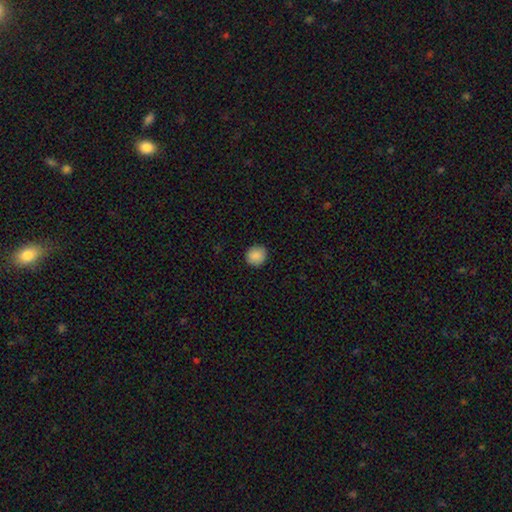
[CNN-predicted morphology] smooth_or_featured: smooth (p=0.89) [alt: star or artifact p=0.08]
how_rounded: round (p=0.89) [alt: in between p=0.10]
merging: none (p=0.90) [alt: minor disturbance p=0.07]